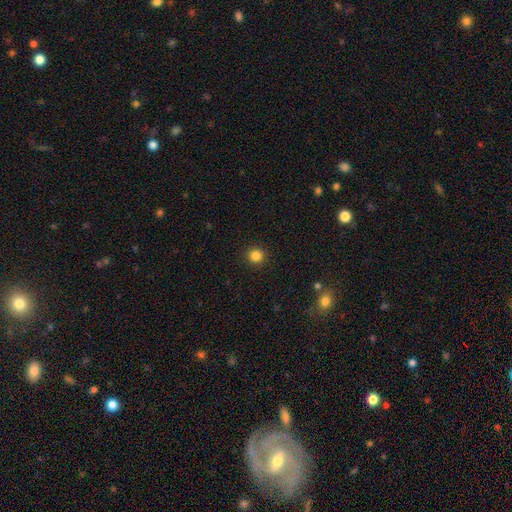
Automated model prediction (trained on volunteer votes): Smooth or featured? Predicted: smooth (p=0.84). How rounded? Predicted: round (p=0.94). Merging? Predicted: none (p=0.92).